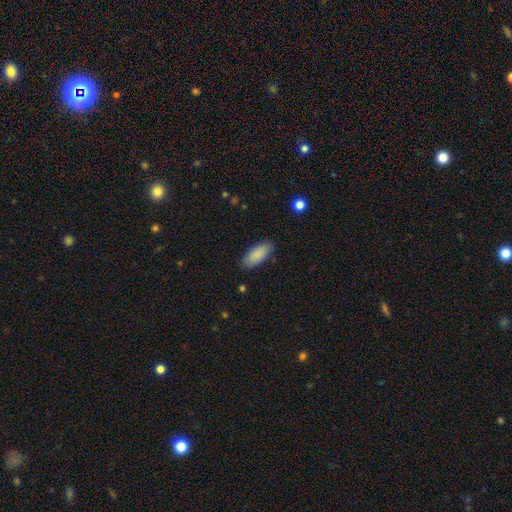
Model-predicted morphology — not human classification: Smooth or featured: smooth — 89% (star or artifact — 6%)
How rounded: in between — 85% (cigar-shaped — 14%)
Merging: none — 85% (minor disturbance — 11%)